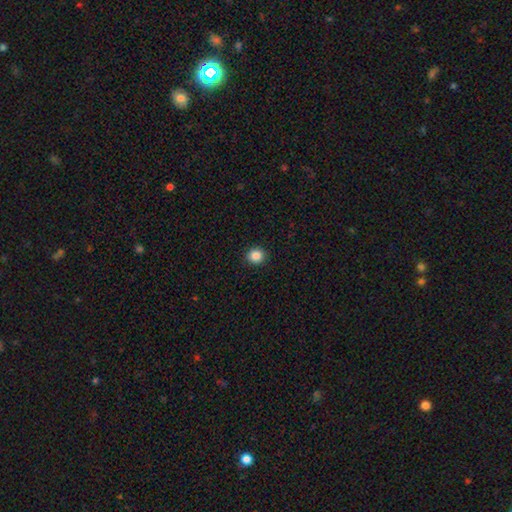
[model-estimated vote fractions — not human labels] A smooth galaxy with no disk features (87%) that is round (89%). Merging: none (92%).